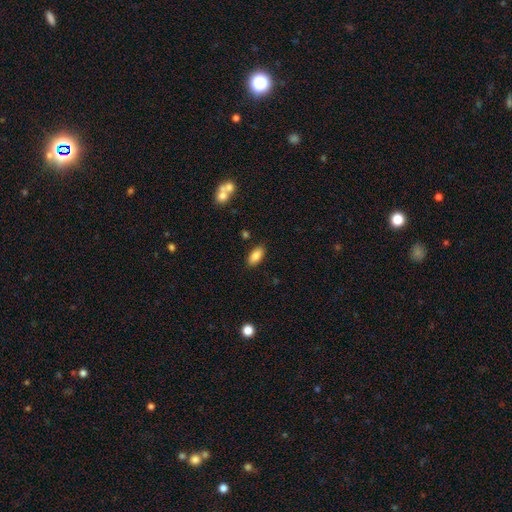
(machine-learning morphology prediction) The model was most divided on "smooth or featured": smooth: 85%, star or artifact: 8%, featured or disk: 7%. More confident: how rounded — in between (92%); merging — none (86%).